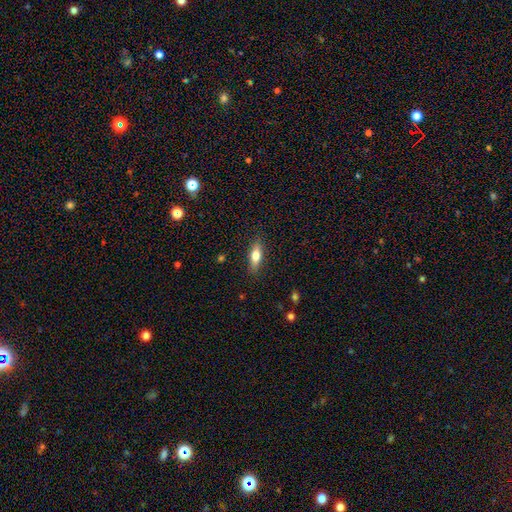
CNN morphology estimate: smooth 67%, featured or disk 26%, star or artifact 7%. Down the decision tree: how rounded — in between (55%); merging — none (88%).